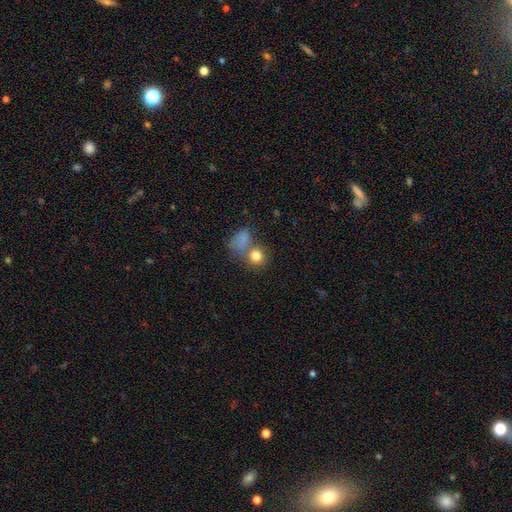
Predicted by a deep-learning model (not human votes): smooth_or_featured: smooth (p=0.80) [alt: star or artifact p=0.11]
how_rounded: round (p=0.81) [alt: in between p=0.18]
merging: none (p=0.50) [alt: merger p=0.32]